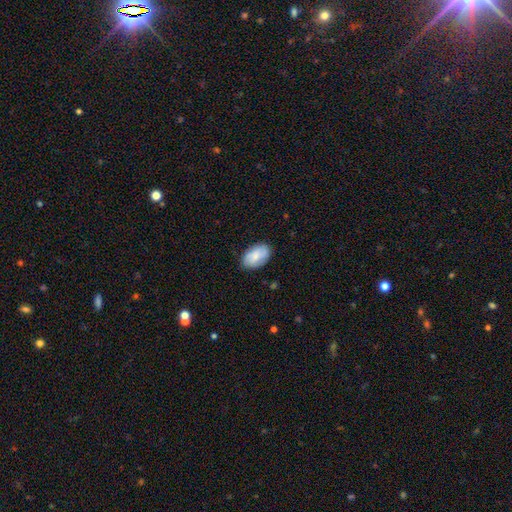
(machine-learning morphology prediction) A smooth galaxy with no disk features (76%) that is in between round and cigar-shaped (92%).

Vote fractions:
- Smooth or featured? smooth: 76% / featured or disk: 18% / star or artifact: 6%
- How rounded? in between: 92% / round: 6% / cigar-shaped: 1%
- Merging? none: 81% / minor disturbance: 15% / major disturbance: 3% / merger: 1%